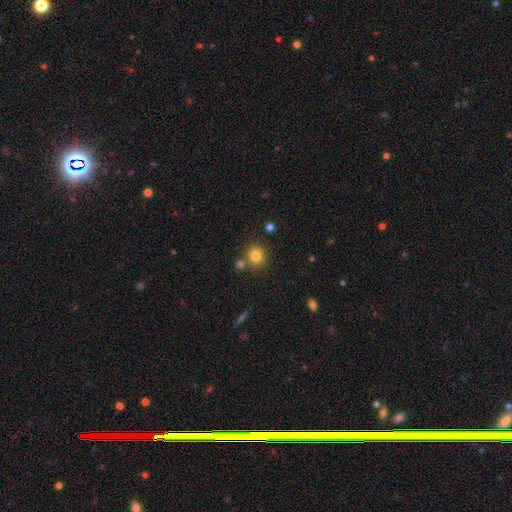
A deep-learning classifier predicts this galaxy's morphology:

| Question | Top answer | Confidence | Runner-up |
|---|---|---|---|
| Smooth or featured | smooth | 81% | star or artifact (12%) |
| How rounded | round | 86% | in between (13%) |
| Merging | none | 73% | merger (15%) |